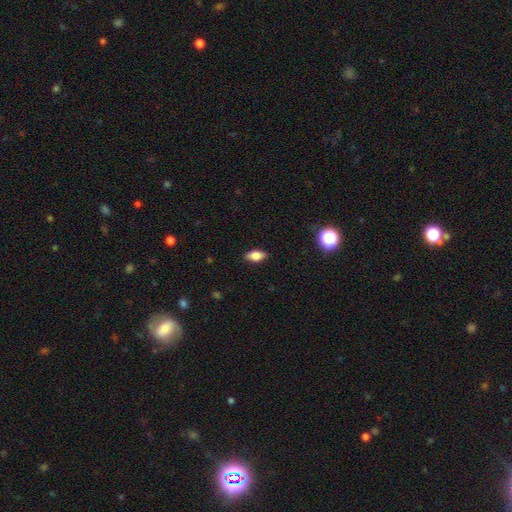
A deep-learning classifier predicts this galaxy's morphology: type=smooth (76%); roundness=in between (86%); merging=none (87%).